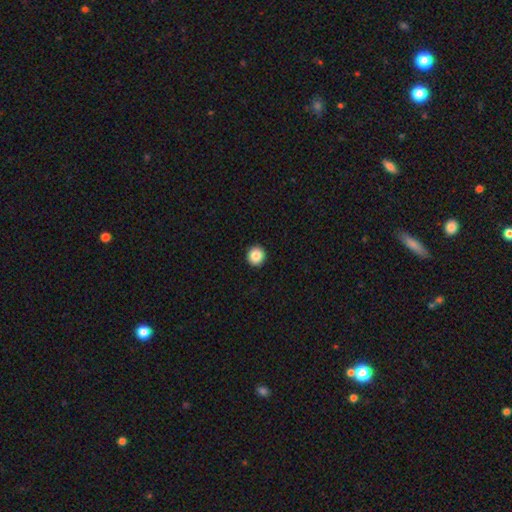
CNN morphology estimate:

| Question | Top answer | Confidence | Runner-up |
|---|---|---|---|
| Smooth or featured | smooth | 87% | star or artifact (9%) |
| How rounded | round | 94% | in between (5%) |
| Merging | none | 94% | minor disturbance (4%) |